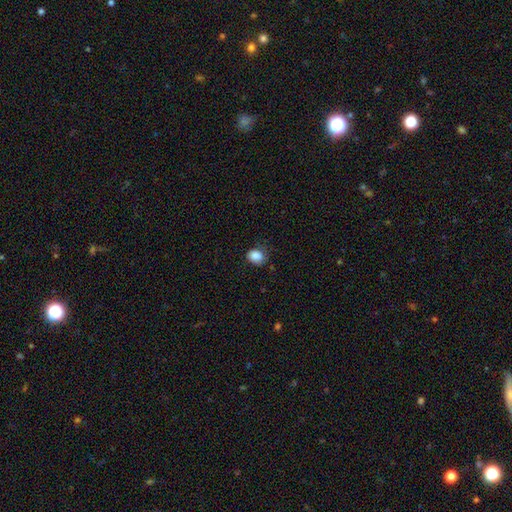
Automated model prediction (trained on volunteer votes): Overall: smooth (86%). How rounded: in between (50%; round 49%). Merging: none (66%; minor disturbance 26%).